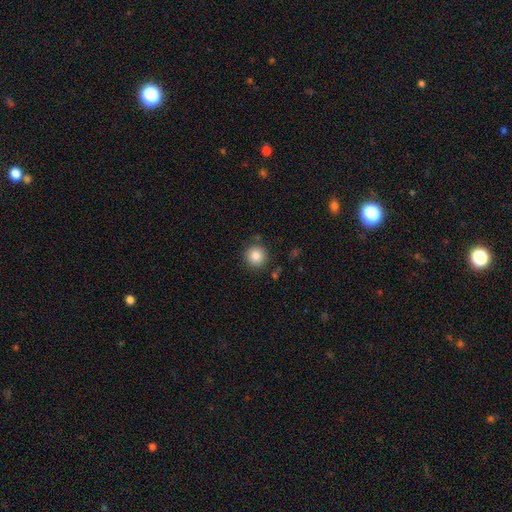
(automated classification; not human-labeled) smooth-or-featured: smooth: 84% | star or artifact: 10% | featured or disk: 6%
  how-rounded: round: 94% | in between: 5% | cigar-shaped: 1%
  merging: none: 86% | minor disturbance: 8% | merger: 3% | major disturbance: 2%